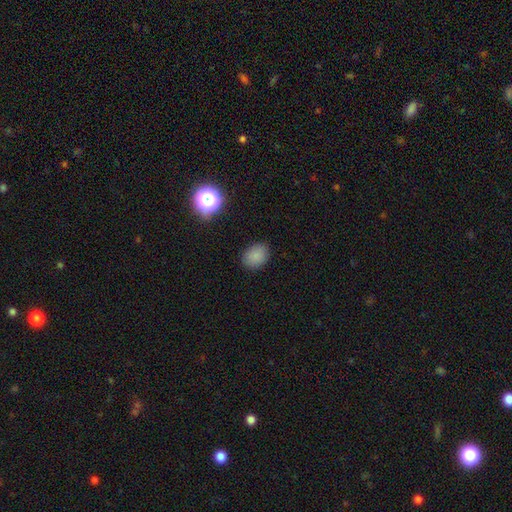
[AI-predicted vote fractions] The model was most divided on "how rounded": in between: 63%, round: 36%, cigar-shaped: 1%. More confident: merging — none (85%); smooth or featured — smooth (84%).